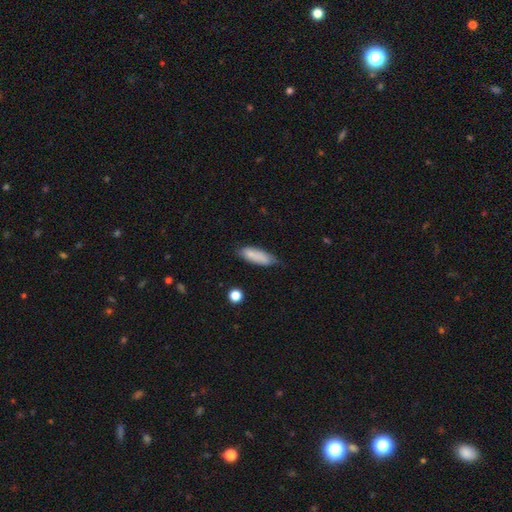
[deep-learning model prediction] Overall: smooth (83%). How rounded: in between (60%; cigar-shaped 38%). Merging: none (63%; minor disturbance 29%).